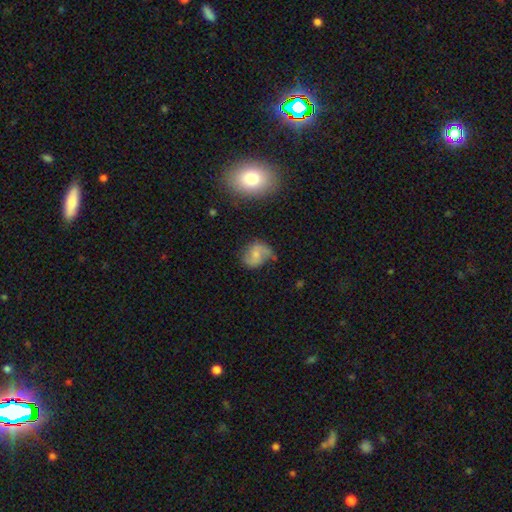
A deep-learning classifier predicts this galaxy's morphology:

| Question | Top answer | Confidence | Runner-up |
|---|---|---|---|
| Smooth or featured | smooth | 48% | featured or disk (42%) |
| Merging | none | 53% | minor disturbance (30%) |